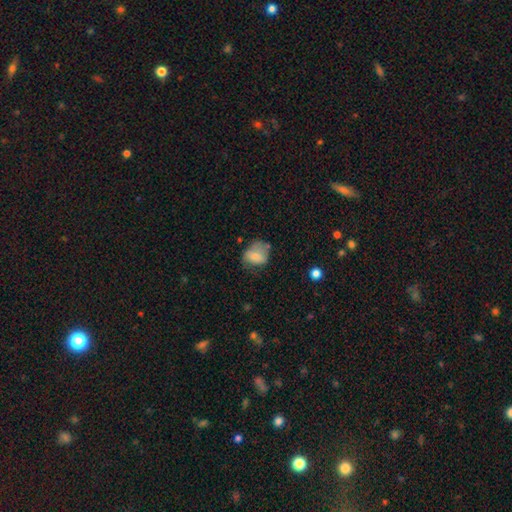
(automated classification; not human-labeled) Q: Smooth or featured?
A: smooth (71%); runner-up: featured or disk (20%)
Q: How rounded?
A: round (50%); runner-up: in between (49%)
Q: Merging?
A: none (43%); runner-up: minor disturbance (34%)